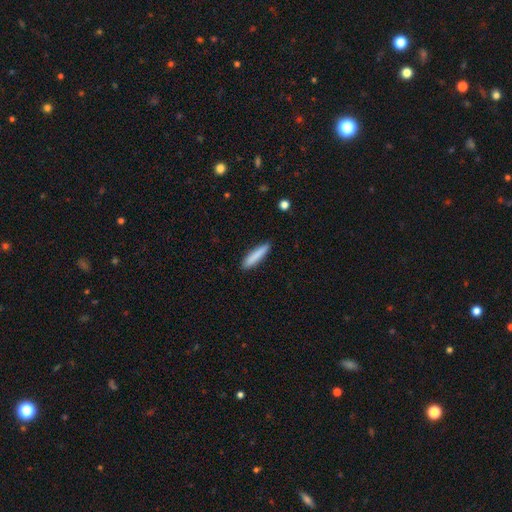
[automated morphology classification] smooth_or_featured: smooth (p=0.86) [alt: featured or disk p=0.09]
how_rounded: cigar-shaped (p=0.86) [alt: in between p=0.13]
merging: none (p=0.89) [alt: minor disturbance p=0.08]